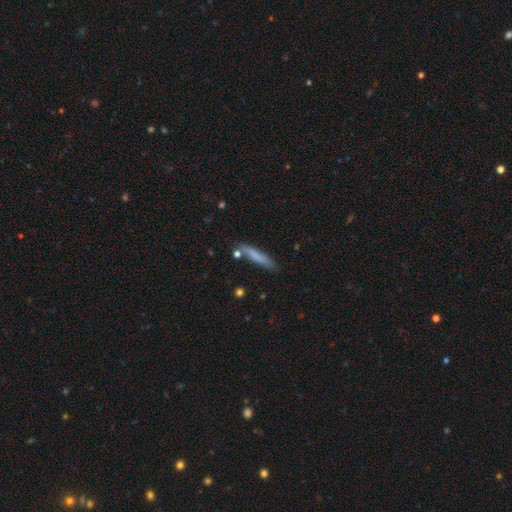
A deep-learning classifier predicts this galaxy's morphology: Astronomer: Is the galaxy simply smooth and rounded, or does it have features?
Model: smooth — 73%.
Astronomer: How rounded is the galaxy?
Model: cigar-shaped — 92%.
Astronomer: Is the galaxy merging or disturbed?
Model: none — 77%.